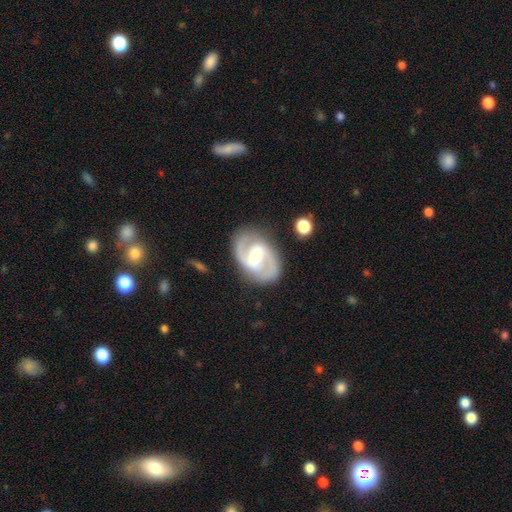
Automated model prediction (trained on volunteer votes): A featured or disk galaxy (86%) with a weak bar (47%), 2 (92%) medium (57%) spiral arms (94%) and a moderate central bulge (62%). Merging: none (84%).